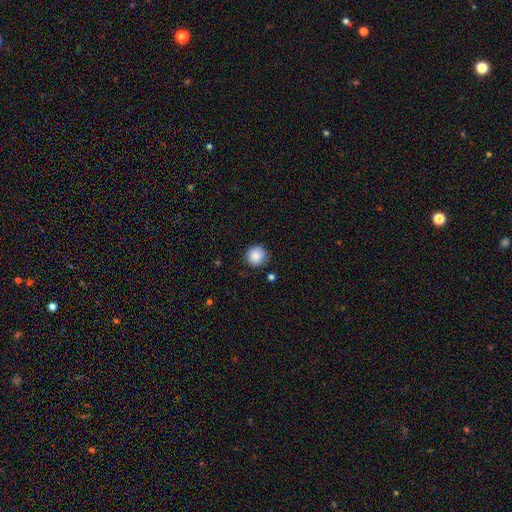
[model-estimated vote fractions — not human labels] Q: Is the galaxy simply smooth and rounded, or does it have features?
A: smooth — 84%.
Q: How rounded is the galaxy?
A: round — 95%.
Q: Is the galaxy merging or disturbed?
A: none — 88%.